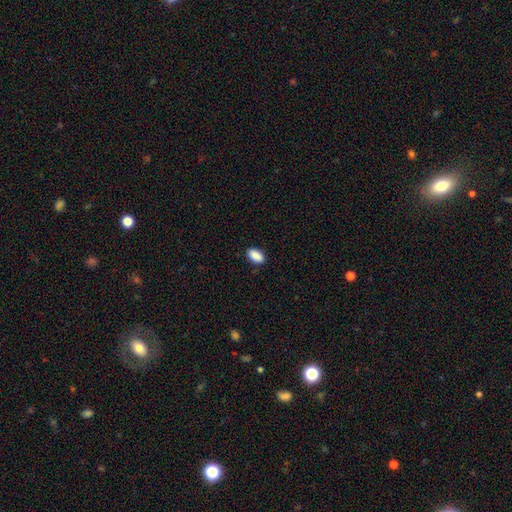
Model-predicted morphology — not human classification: Q: Smooth or featured?
A: smooth (90%); runner-up: star or artifact (7%)
Q: How rounded?
A: in between (92%); runner-up: round (6%)
Q: Merging?
A: none (88%); runner-up: minor disturbance (9%)